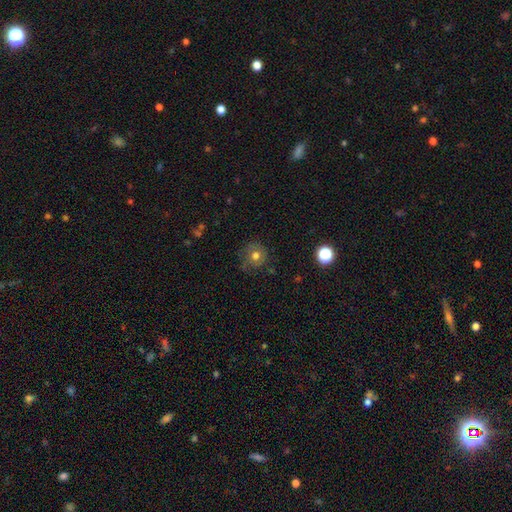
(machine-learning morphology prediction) smooth-or-featured: smooth: 68% | featured or disk: 18% | star or artifact: 14%
  how-rounded: round: 89% | in between: 10% | cigar-shaped: 1%
  merging: none: 72% | minor disturbance: 19% | major disturbance: 7% | merger: 2%